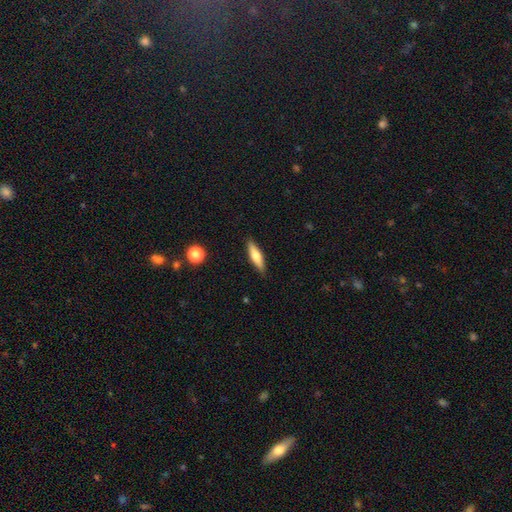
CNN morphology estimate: Overall: smooth (60%; featured or disk 34%). How rounded: cigar-shaped (70%). Merging: none (88%).